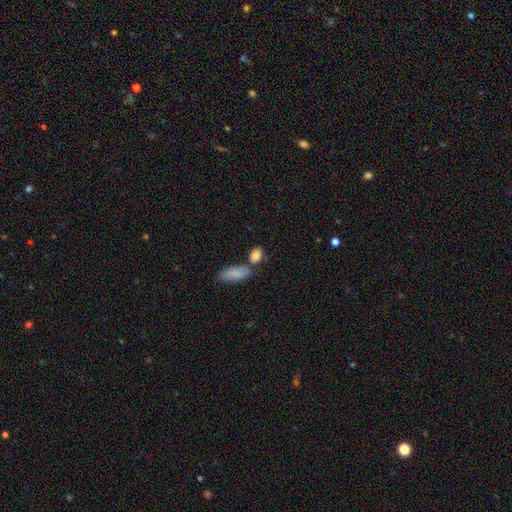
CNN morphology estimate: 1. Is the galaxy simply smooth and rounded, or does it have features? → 85% smooth, 7% star or artifact, 7% featured or disk.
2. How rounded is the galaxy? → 81% in between, 14% round, 5% cigar-shaped.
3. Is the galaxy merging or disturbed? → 58% none, 24% merger, 14% minor disturbance, 4% major disturbance.